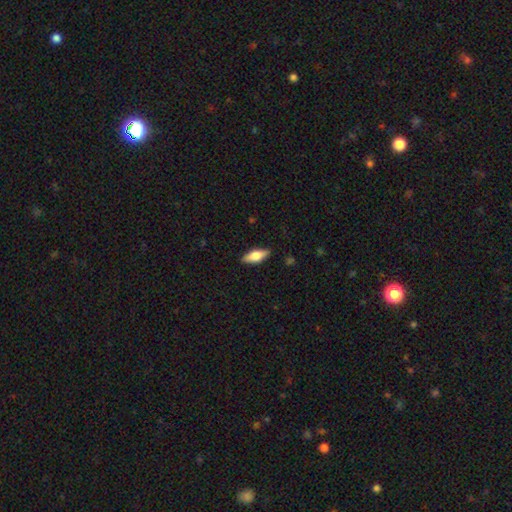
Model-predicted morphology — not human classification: The model was most divided on "smooth or featured": smooth: 64%, featured or disk: 30%, star or artifact: 6%. More confident: merging — none (87%); how rounded — in between (73%).